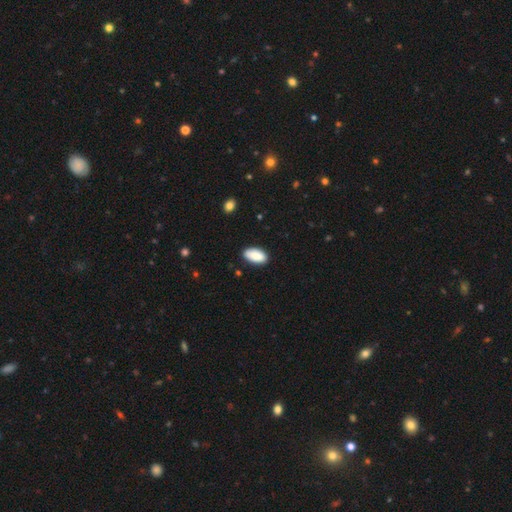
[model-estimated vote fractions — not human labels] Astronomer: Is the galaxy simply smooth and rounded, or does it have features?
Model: smooth — 90%.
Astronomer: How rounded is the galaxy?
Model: in between — 95%.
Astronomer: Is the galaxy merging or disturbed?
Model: none — 85%.